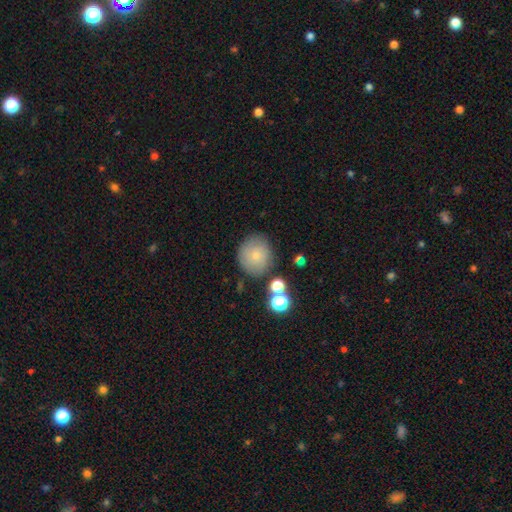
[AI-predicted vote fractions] The model was most divided on "smooth or featured": smooth: 74%, featured or disk: 16%, star or artifact: 10%. More confident: how rounded — round (86%); merging — none (75%).